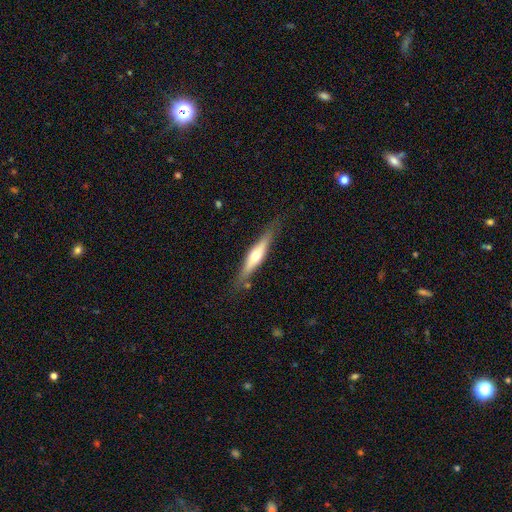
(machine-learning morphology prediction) Overall: featured or disk (57%; smooth 38%). Edge-on disk: yes (93%). Edge-on bulge: rounded (89%). Merging: none (80%).